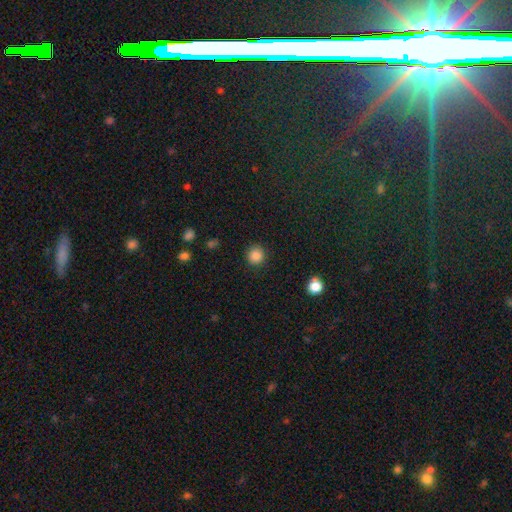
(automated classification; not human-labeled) A smooth galaxy with no disk features (86%) that is round (93%). Merging: none (90%).